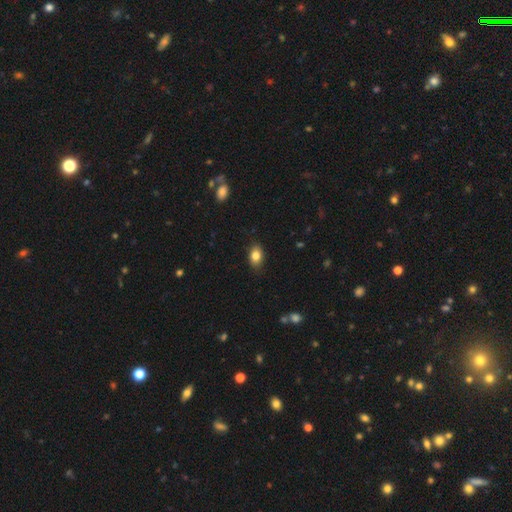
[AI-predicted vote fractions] Smooth or featured? Predicted: smooth (p=0.83). How rounded? Predicted: in between (p=0.83). Merging? Predicted: none (p=0.84).